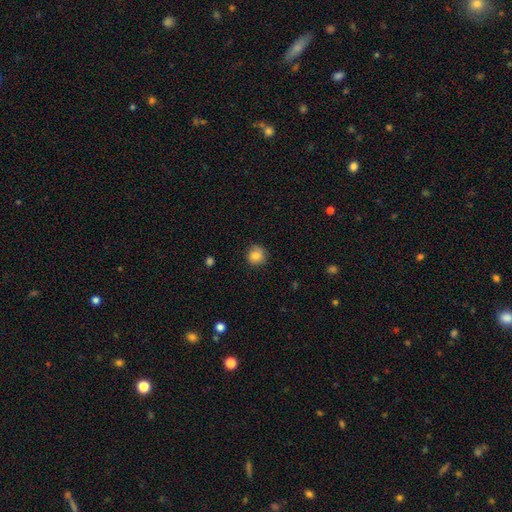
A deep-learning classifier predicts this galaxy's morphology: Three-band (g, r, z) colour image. It shows a smooth galaxy with no disk features (83%) that is round (91%). Merging: none (83%).